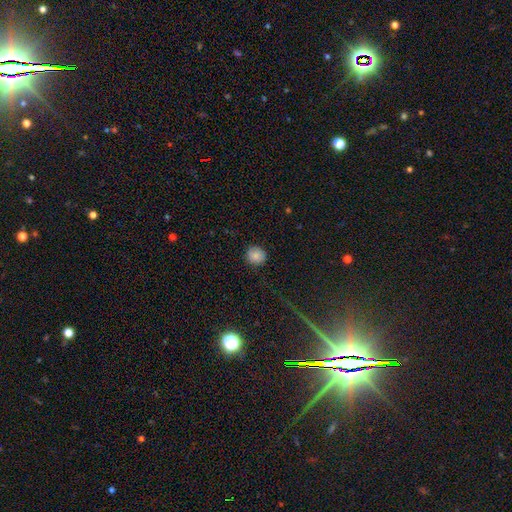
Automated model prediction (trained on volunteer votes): Smooth or featured: smooth — 84% (star or artifact — 10%)
How rounded: round — 89% (in between — 10%)
Merging: none — 87% (minor disturbance — 10%)